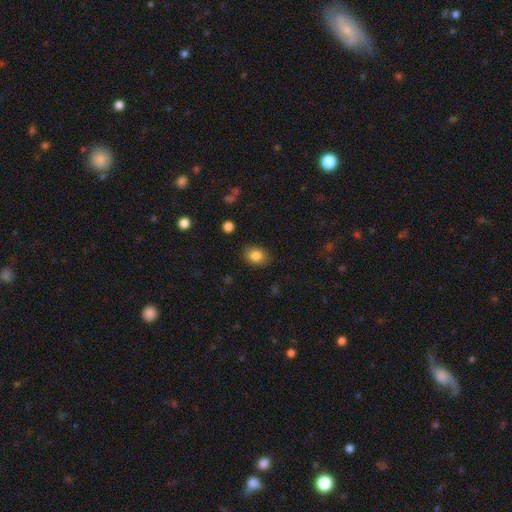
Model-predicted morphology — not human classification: smooth_or_featured: smooth (p=0.85) [alt: star or artifact p=0.09]
how_rounded: in between (p=0.60) [alt: round p=0.39]
merging: none (p=0.85) [alt: minor disturbance p=0.11]